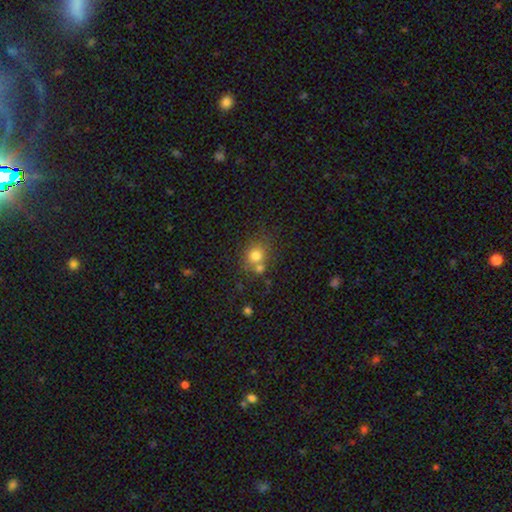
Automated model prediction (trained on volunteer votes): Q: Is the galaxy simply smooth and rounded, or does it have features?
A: smooth — 76%.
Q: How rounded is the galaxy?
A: round — 76%.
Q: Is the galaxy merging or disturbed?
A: none — 53%.